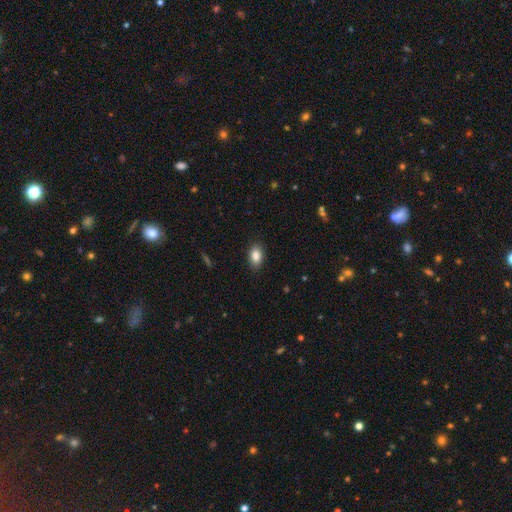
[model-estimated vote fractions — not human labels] smooth_or_featured: smooth (p=0.87) [alt: star or artifact p=0.08]
how_rounded: in between (p=0.87) [alt: round p=0.11]
merging: none (p=0.87) [alt: minor disturbance p=0.10]